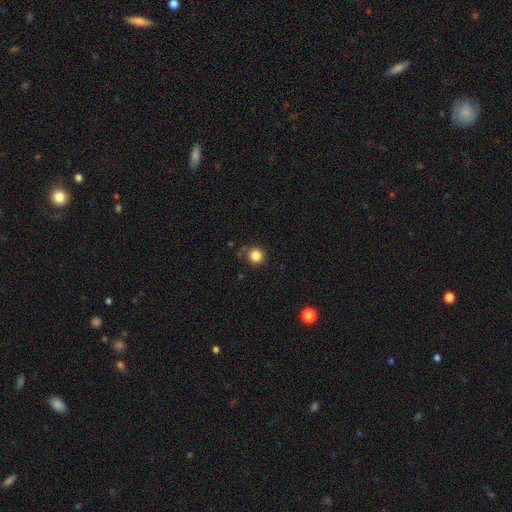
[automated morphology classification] Q: Smooth or featured?
A: smooth (84%); runner-up: star or artifact (11%)
Q: How rounded?
A: round (93%); runner-up: in between (6%)
Q: Merging?
A: none (80%); runner-up: minor disturbance (13%)